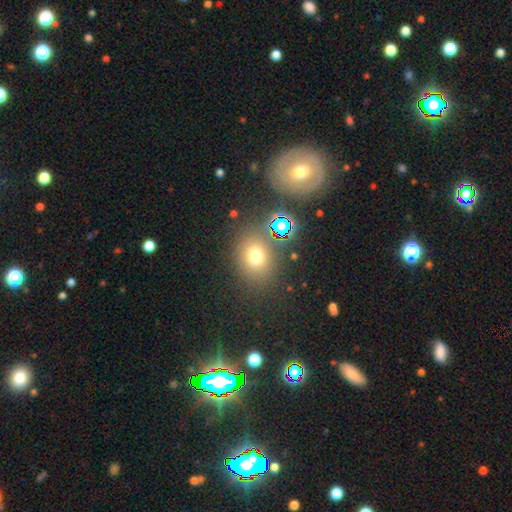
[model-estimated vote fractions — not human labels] Smooth or featured? smooth (68%)
How rounded? round (65%)
Merging? none (78%)